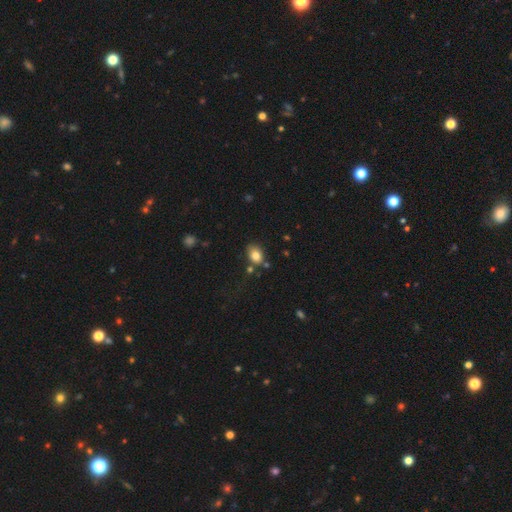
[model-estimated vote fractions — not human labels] The model was most divided on "how rounded": in between: 71%, round: 28%, cigar-shaped: 1%. More confident: smooth or featured — smooth (81%); merging — none (67%).